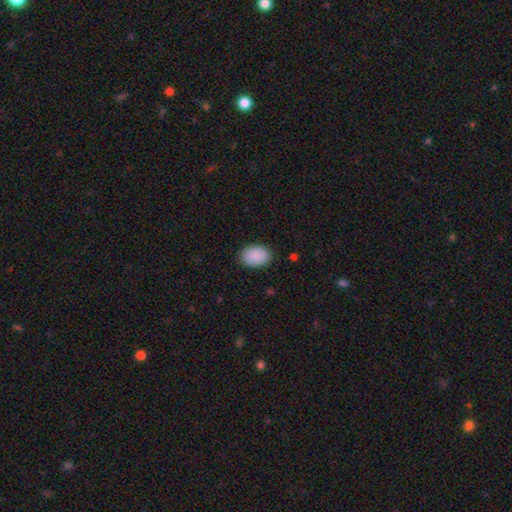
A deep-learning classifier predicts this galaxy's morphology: smooth_or_featured: smooth (p=0.90) [alt: star or artifact p=0.07]
how_rounded: in between (p=0.84) [alt: round p=0.15]
merging: none (p=0.85) [alt: minor disturbance p=0.11]